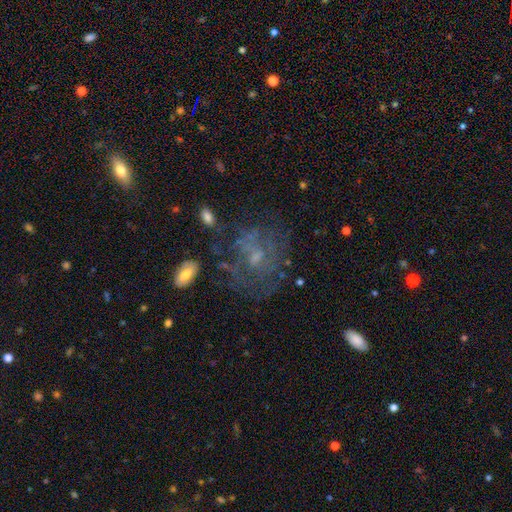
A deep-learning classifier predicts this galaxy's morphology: Smooth or featured? Predicted: featured or disk (p=0.51). Edge-on disk? Predicted: no (p=0.95). Merging? Predicted: none (p=0.64).